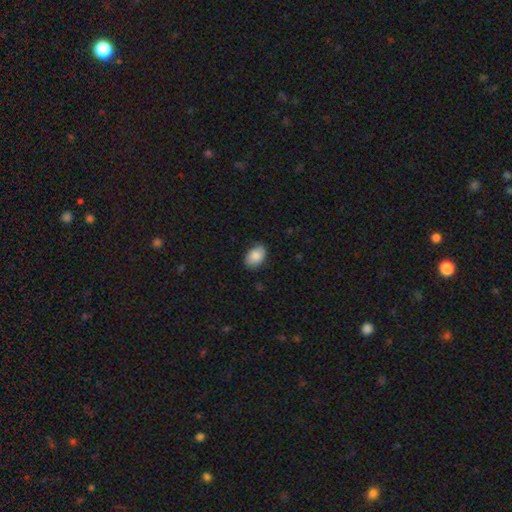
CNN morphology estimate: smooth-or-featured: smooth: 86% | featured or disk: 7% | star or artifact: 7%
  how-rounded: in between: 85% | round: 14% | cigar-shaped: 1%
  merging: none: 84% | minor disturbance: 13% | major disturbance: 2% | merger: 1%